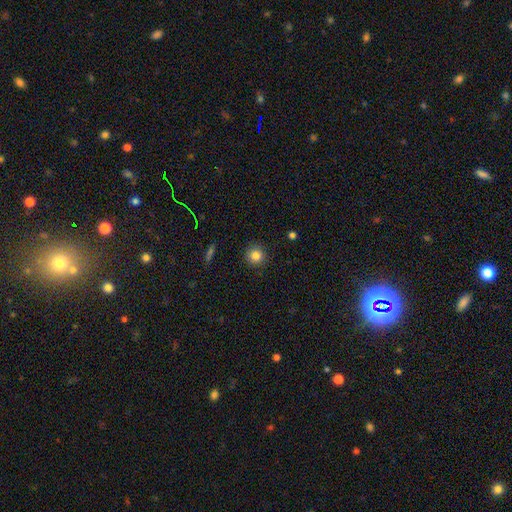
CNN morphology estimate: smooth-or-featured: smooth: 83% | star or artifact: 11% | featured or disk: 6%
  how-rounded: round: 94% | in between: 5% | cigar-shaped: 1%
  merging: none: 91% | minor disturbance: 6% | major disturbance: 2% | merger: 1%